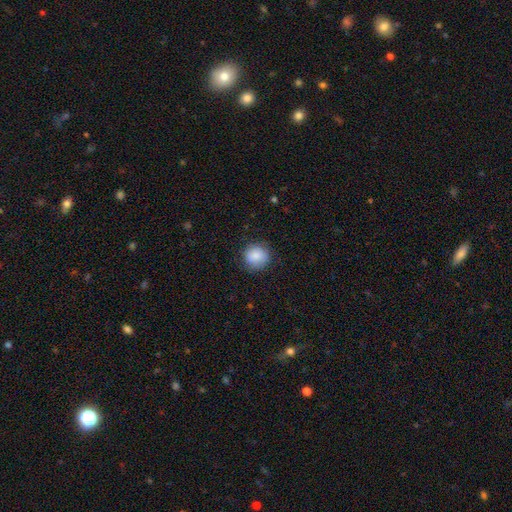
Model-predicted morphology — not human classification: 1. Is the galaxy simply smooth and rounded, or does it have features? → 87% smooth, 8% star or artifact, 5% featured or disk.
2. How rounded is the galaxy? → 89% round, 10% in between, 1% cigar-shaped.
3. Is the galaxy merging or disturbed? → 85% none, 11% minor disturbance, 3% major disturbance, 1% merger.